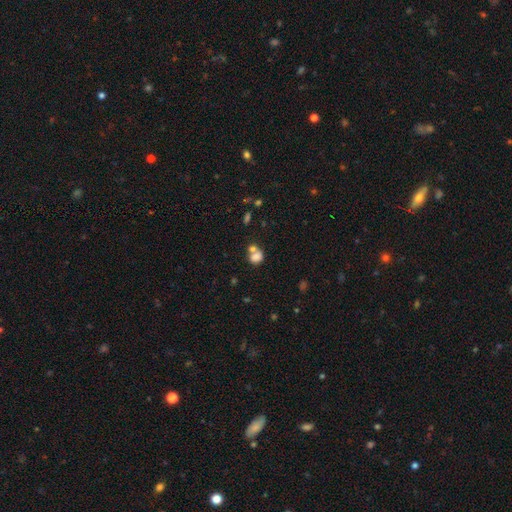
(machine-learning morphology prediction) This is likely a smooth galaxy (76%). How rounded: possibly round (55%). Merging: possibly merger (50%).